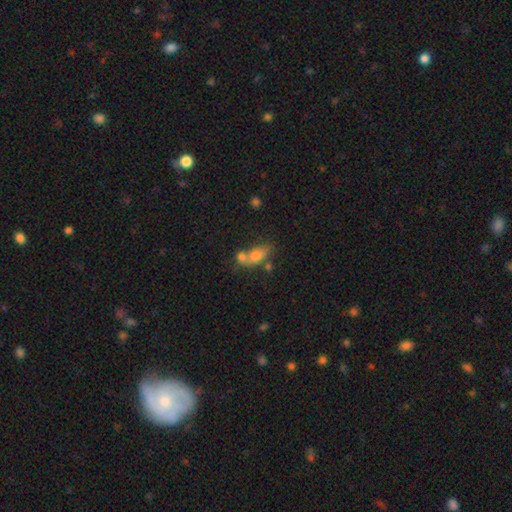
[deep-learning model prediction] Smooth or featured? Predicted: smooth (p=0.70). How rounded? Predicted: in between (p=0.75). Merging? Predicted: merger (p=0.44).